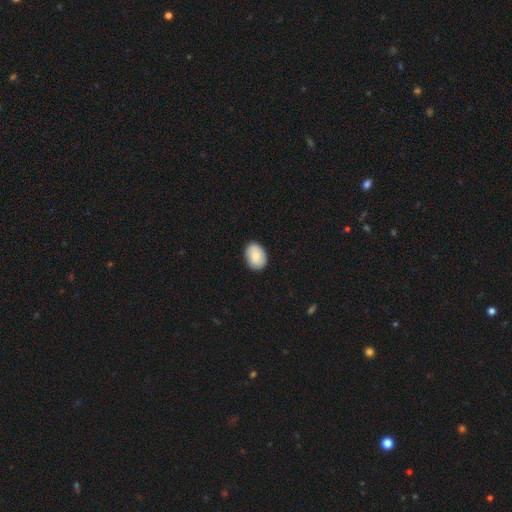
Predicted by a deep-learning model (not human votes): Morphology: type=smooth (82%); roundness=in between (80%); merging=none (87%).